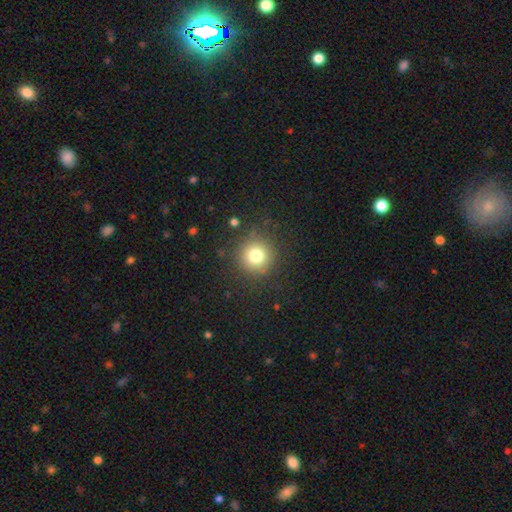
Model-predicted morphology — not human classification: Q: Smooth or featured?
A: smooth (77%); runner-up: star or artifact (14%)
Q: How rounded?
A: round (95%); runner-up: in between (4%)
Q: Merging?
A: none (87%); runner-up: minor disturbance (8%)